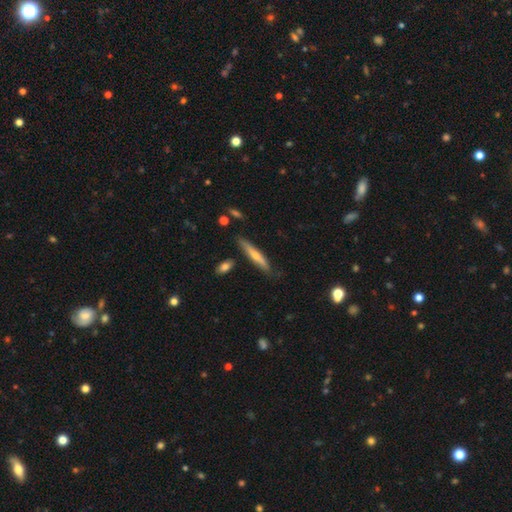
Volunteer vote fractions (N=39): Morphology: type=smooth (54%); roundness=cigar-shaped (81%); merging=none (74%).